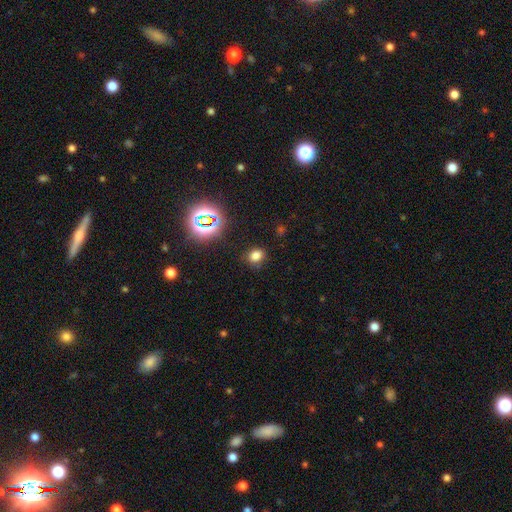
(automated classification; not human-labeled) smooth-or-featured: smooth: 73% | star or artifact: 21% | featured or disk: 6%
  how-rounded: round: 51% | in between: 48% | cigar-shaped: 1%
  merging: none: 81% | minor disturbance: 13% | major disturbance: 4% | merger: 2%